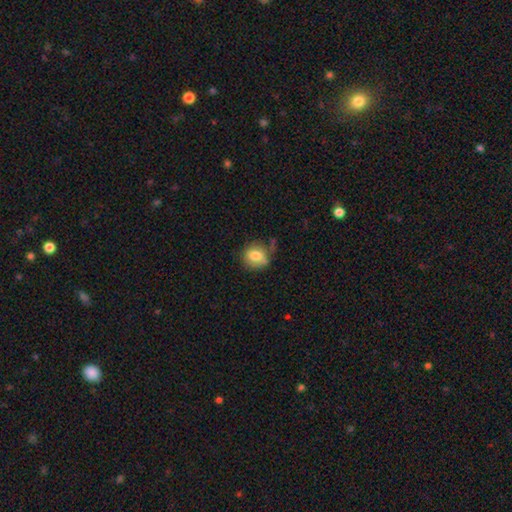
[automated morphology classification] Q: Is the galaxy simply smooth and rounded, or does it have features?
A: smooth — 77%.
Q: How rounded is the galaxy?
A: round — 70%.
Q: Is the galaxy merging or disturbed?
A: none — 61%.